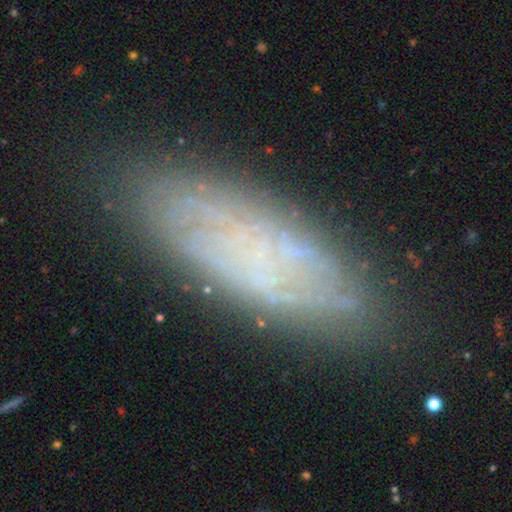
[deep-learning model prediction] This is possibly a featured or disk galaxy (50%). It is likely not viewed edge-on (74%). Merging: likely none (76%).